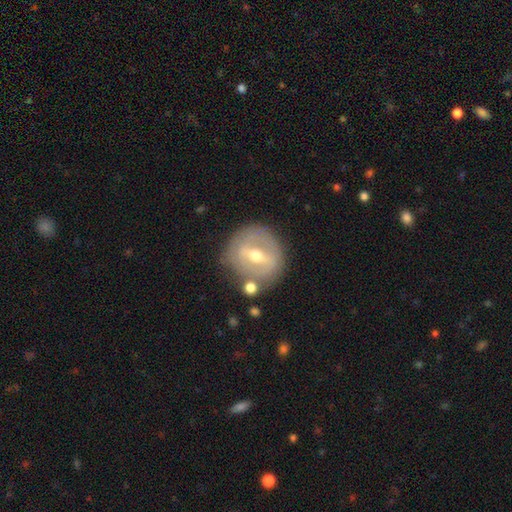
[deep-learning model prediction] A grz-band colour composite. It shows a featured or disk galaxy (68%) with a strong bar (48%), no spiral arms (60%) and a moderate central bulge (67%). Merging: none (75%).